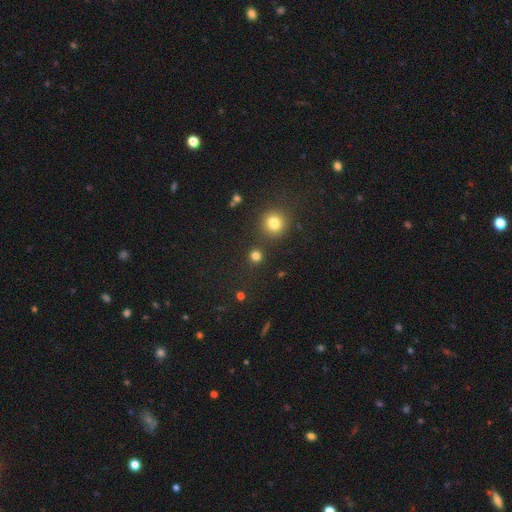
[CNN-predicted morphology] smooth_or_featured: smooth (p=0.78) [alt: star or artifact p=0.17]
how_rounded: round (p=0.93) [alt: in between p=0.06]
merging: none (p=0.85) [alt: merger p=0.06]